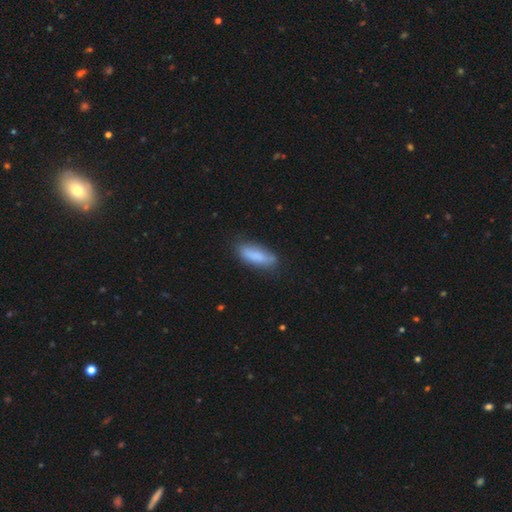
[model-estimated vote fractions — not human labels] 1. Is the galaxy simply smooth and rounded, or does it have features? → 82% smooth, 11% featured or disk, 7% star or artifact.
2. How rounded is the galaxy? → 54% in between, 44% cigar-shaped, 2% round.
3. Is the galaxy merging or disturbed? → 72% none, 21% minor disturbance, 5% major disturbance, 2% merger.